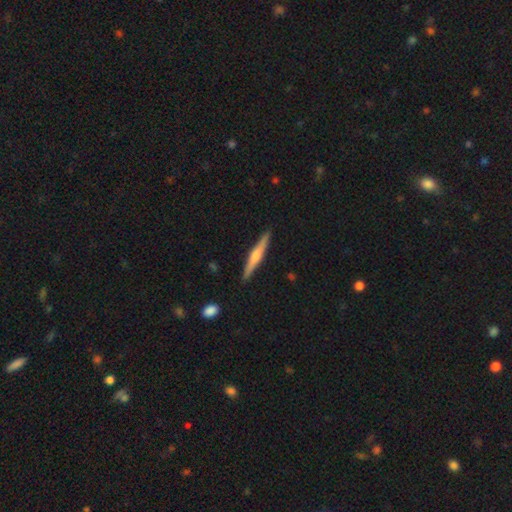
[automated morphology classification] The model was most divided on "smooth or featured": featured or disk: 63%, smooth: 32%, star or artifact: 5%. More confident: edge-on disk — yes (98%); merging — none (91%); edge-on bulge — rounded (77%).